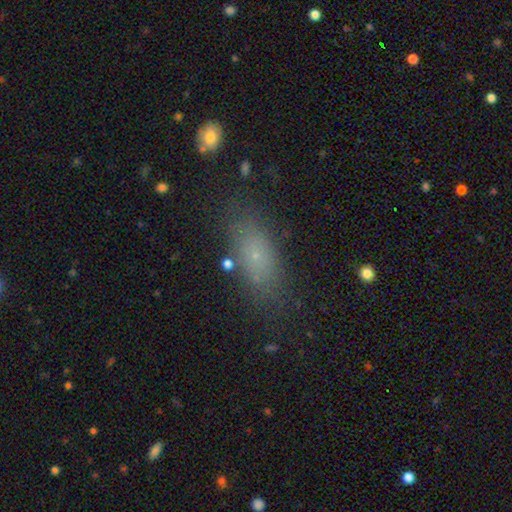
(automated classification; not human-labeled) Smooth or featured? smooth (69%)
How rounded? in between (73%)
Merging? none (79%)